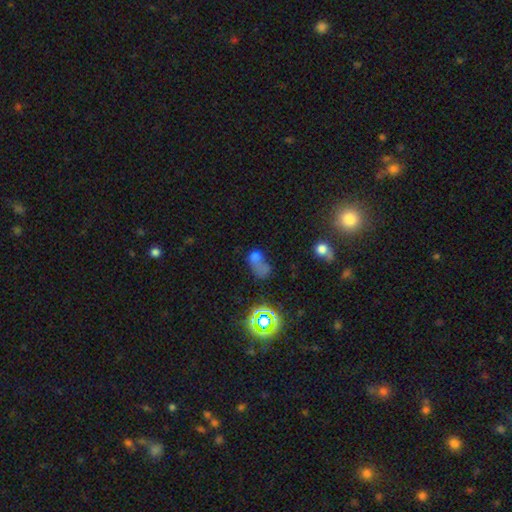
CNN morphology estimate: This appears to be a smooth galaxy with no disk features (54%) that is in between round and cigar-shaped (69%). Merging: merger (39%).